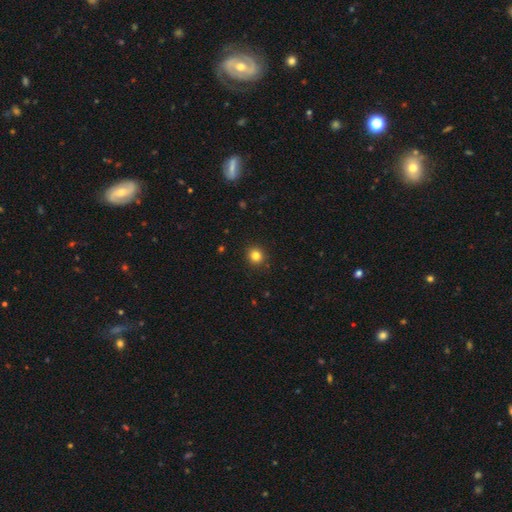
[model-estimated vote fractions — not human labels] The model was most divided on "smooth or featured": smooth: 82%, star or artifact: 13%, featured or disk: 5%. More confident: merging — none (92%); how rounded — round (90%).